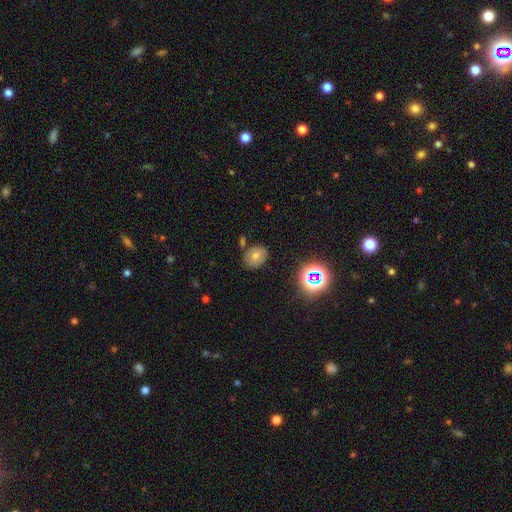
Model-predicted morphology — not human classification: smooth-or-featured: smooth: 65% | star or artifact: 18% | featured or disk: 17%
  how-rounded: in between: 50% | round: 49% | cigar-shaped: 1%
  merging: none: 75% | minor disturbance: 14% | merger: 8% | major disturbance: 4%